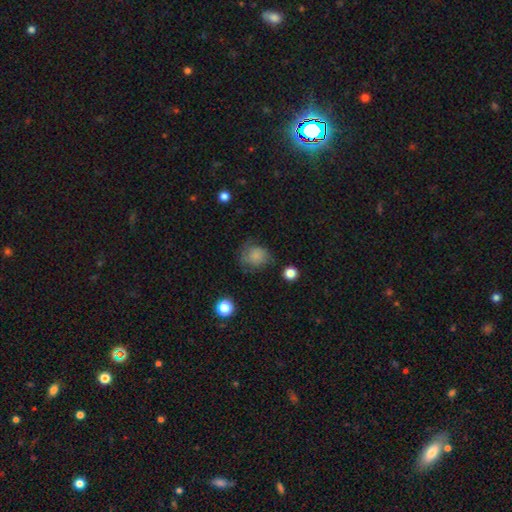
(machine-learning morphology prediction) This appears to be a smooth galaxy with no disk features (71%) that is round (75%). Merging: none (57%).